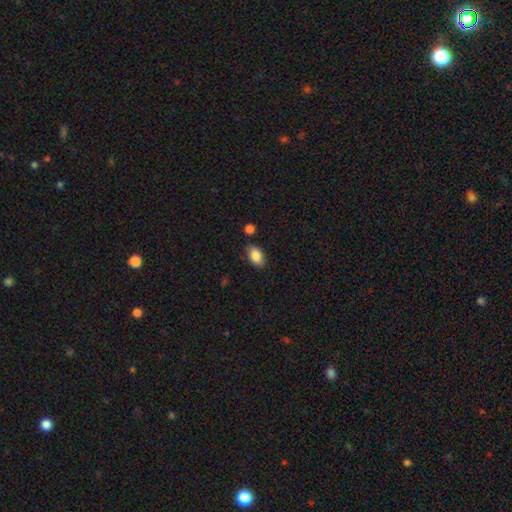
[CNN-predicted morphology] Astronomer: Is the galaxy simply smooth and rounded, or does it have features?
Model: smooth — 86%.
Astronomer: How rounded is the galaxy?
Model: in between — 89%.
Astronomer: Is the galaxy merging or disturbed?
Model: none — 80%.